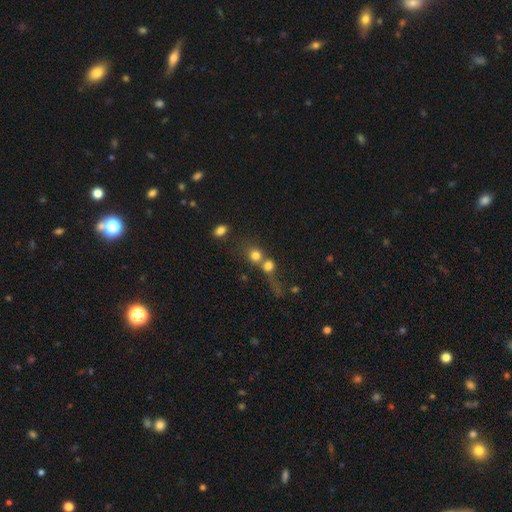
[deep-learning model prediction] This is likely a smooth galaxy (75%). How rounded: clearly round (81%). Merging: possibly merger (55%).